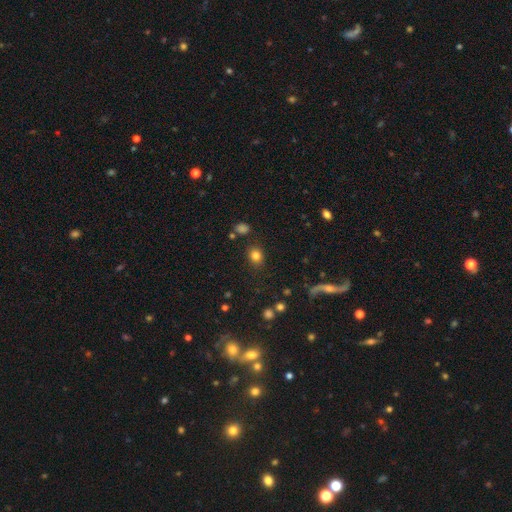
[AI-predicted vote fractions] A smooth galaxy with no disk features (81%) that is round (64%). Merging: none (84%).